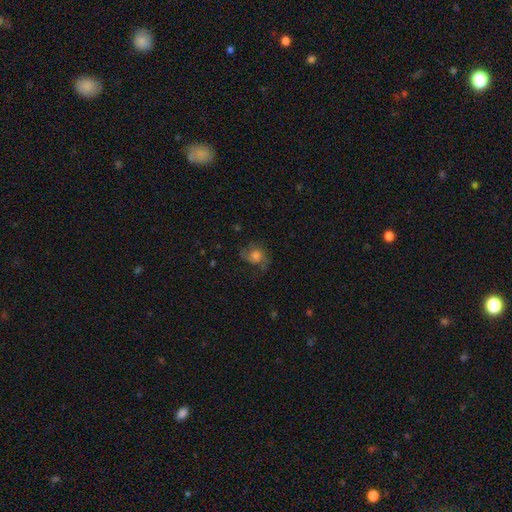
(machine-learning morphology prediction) This is possibly a smooth galaxy (52%). How rounded: likely round (65%). Merging: possibly none (54%).